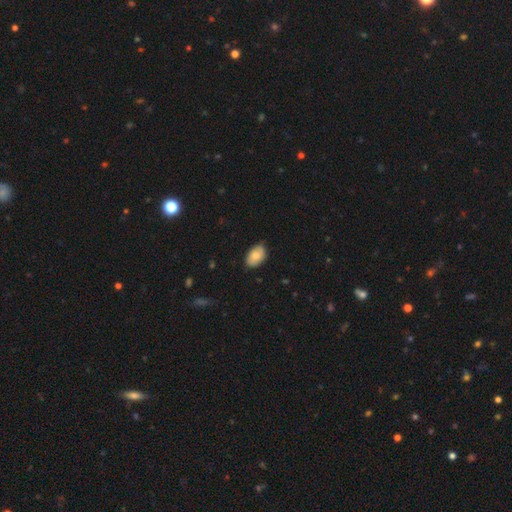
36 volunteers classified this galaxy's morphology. type=smooth (83%); roundness=in between (97%); merging=none (74%).